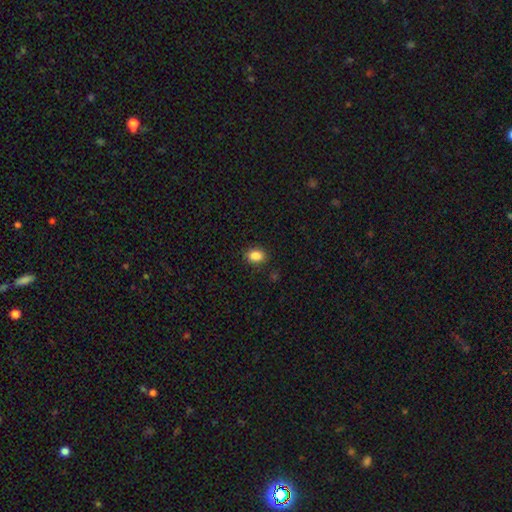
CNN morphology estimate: smooth-or-featured: smooth: 86% | star or artifact: 10% | featured or disk: 4%
  how-rounded: in between: 68% | round: 31% | cigar-shaped: 1%
  merging: none: 88% | minor disturbance: 9% | major disturbance: 2% | merger: 1%